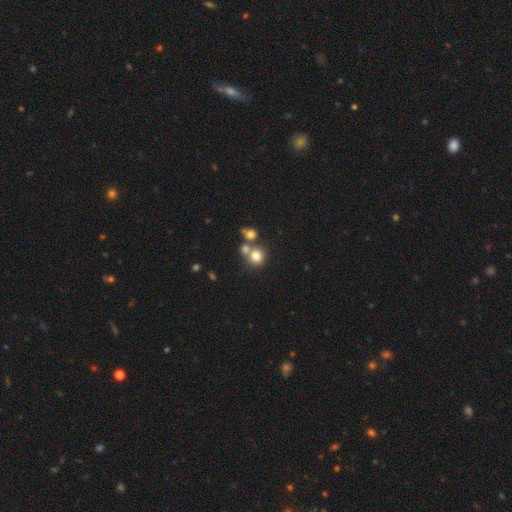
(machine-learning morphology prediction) smooth-or-featured: smooth: 77% | star or artifact: 13% | featured or disk: 10%
  how-rounded: round: 85% | in between: 14% | cigar-shaped: 1%
  merging: none: 51% | merger: 36% | minor disturbance: 9% | major disturbance: 4%